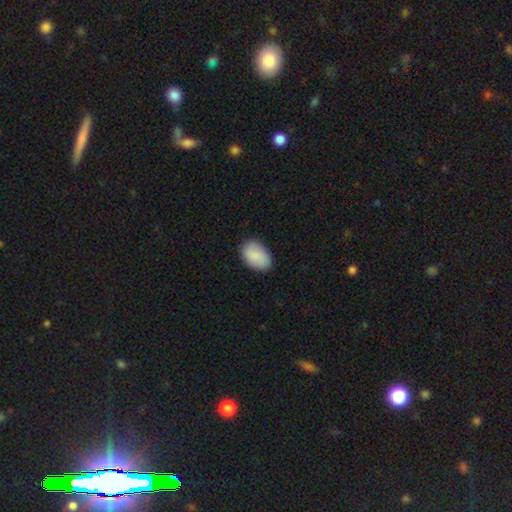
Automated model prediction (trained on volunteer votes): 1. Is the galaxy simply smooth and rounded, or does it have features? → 88% smooth, 6% featured or disk, 6% star or artifact.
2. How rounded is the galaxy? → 88% in between, 11% round, 1% cigar-shaped.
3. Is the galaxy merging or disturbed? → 85% none, 12% minor disturbance, 2% major disturbance, 1% merger.